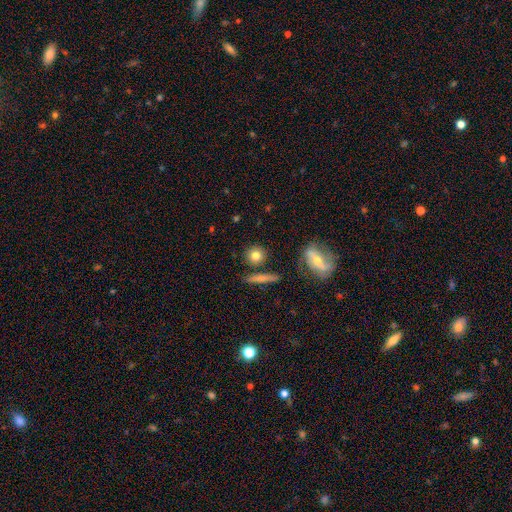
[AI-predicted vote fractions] A smooth galaxy with no disk features (79%) that is round (83%).

Vote fractions:
- Smooth or featured? smooth: 79% / featured or disk: 13% / star or artifact: 9%
- How rounded? round: 83% / in between: 12% / cigar-shaped: 5%
- Merging? none: 81% / minor disturbance: 9% / merger: 7% / major disturbance: 3%